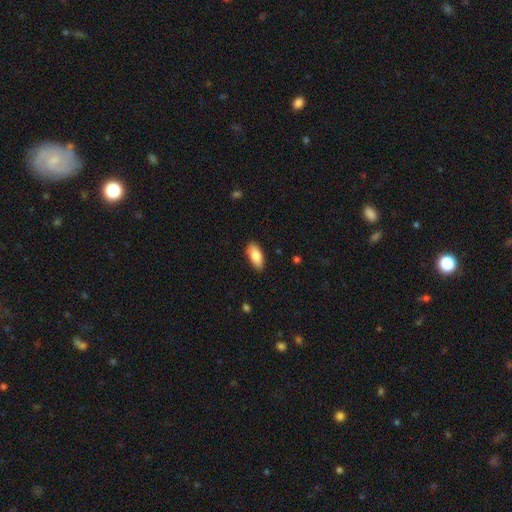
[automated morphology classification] type=smooth (82%); roundness=in between (88%); merging=none (86%).